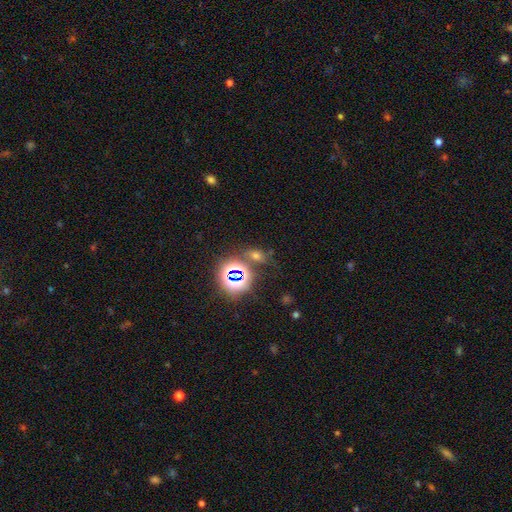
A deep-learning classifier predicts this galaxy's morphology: Overall: star or artifact (45%; smooth 44%).